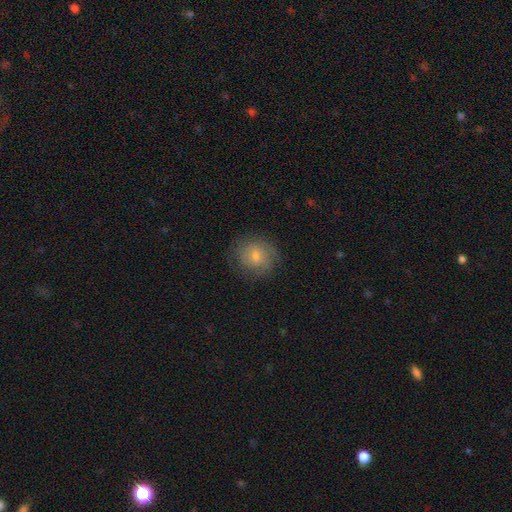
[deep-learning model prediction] This appears to be a smooth galaxy with no disk features (58%) that is round (78%). Merging: none (79%).